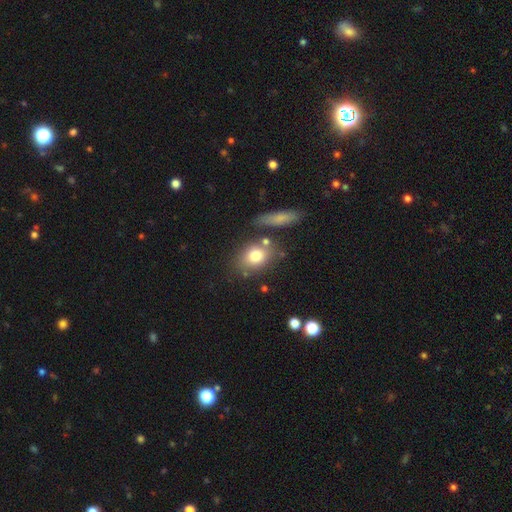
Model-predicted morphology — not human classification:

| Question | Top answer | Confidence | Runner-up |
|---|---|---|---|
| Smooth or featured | smooth | 77% | featured or disk (14%) |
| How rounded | in between | 59% | round (37%) |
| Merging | none | 66% | merger (16%) |